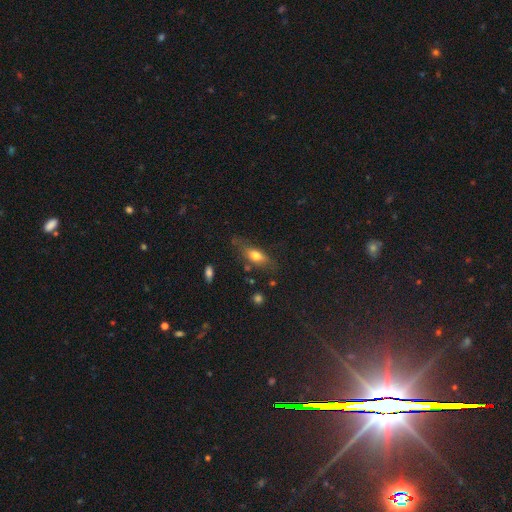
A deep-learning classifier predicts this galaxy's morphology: type=smooth (70%); roundness=in between (73%); merging=none (61%).